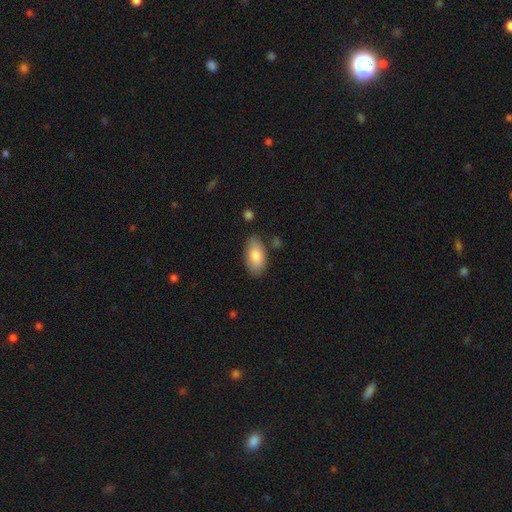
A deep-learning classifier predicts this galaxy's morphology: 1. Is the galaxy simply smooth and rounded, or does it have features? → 82% smooth, 12% featured or disk, 6% star or artifact.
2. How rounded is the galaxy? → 94% in between, 3% round, 3% cigar-shaped.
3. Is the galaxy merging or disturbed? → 80% none, 14% minor disturbance, 3% major disturbance, 3% merger.